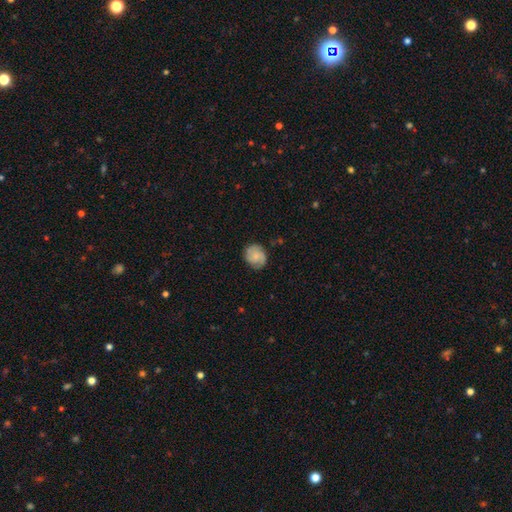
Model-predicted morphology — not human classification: smooth 49%, featured or disk 44%, star or artifact 8%. Down the decision tree: merging — none (78%).